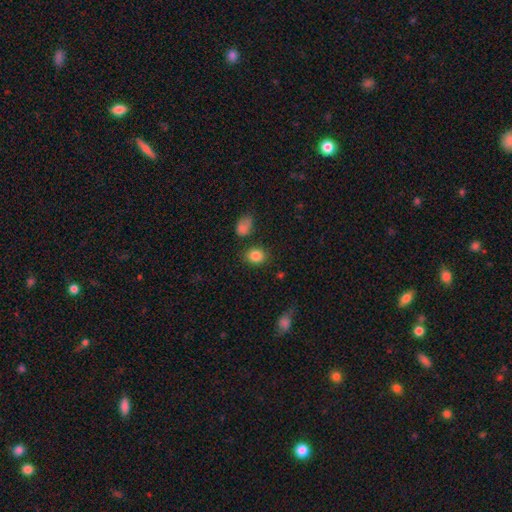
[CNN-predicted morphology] Q: Smooth or featured?
A: smooth (85%); runner-up: star or artifact (10%)
Q: How rounded?
A: round (62%); runner-up: in between (37%)
Q: Merging?
A: none (81%); runner-up: minor disturbance (11%)